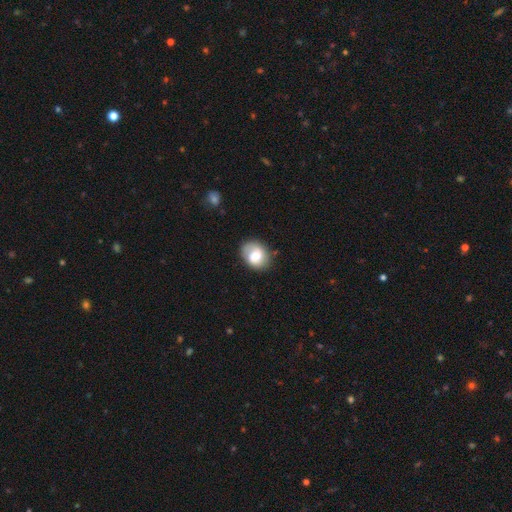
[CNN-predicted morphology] Smooth or featured? smooth (62%)
How rounded? in between (51%)
Merging? none (70%)